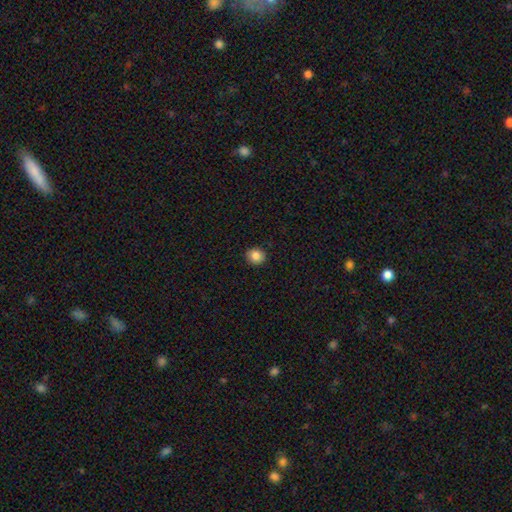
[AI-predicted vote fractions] Overall: smooth (85%). How rounded: round (85%). Merging: none (92%).